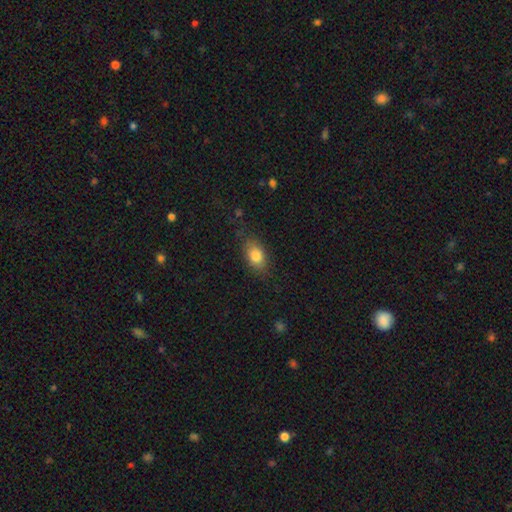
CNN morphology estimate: Overall: smooth (81%). How rounded: in between (82%). Merging: none (78%).